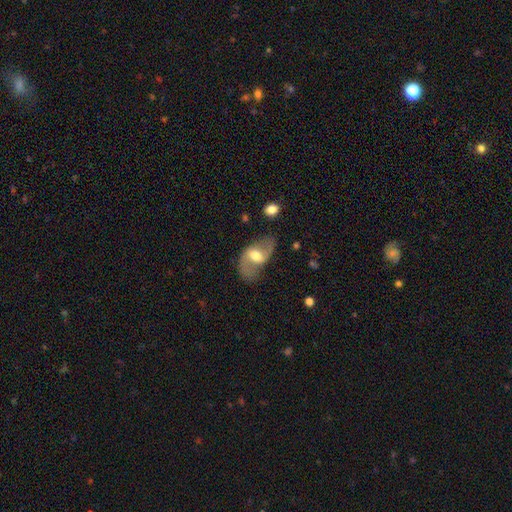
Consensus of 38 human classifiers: Overall: featured or disk (66%; smooth 29%). Edge-on disk: no (96%). Bar: weak (54%; strong 29%). Spiral arms: yes (88%). Spiral arm count: 2 (86%). Spiral winding: loose (48%; tight 29%). Bulge size: moderate (75%). Merging: none (47%; minor disturbance 25%).